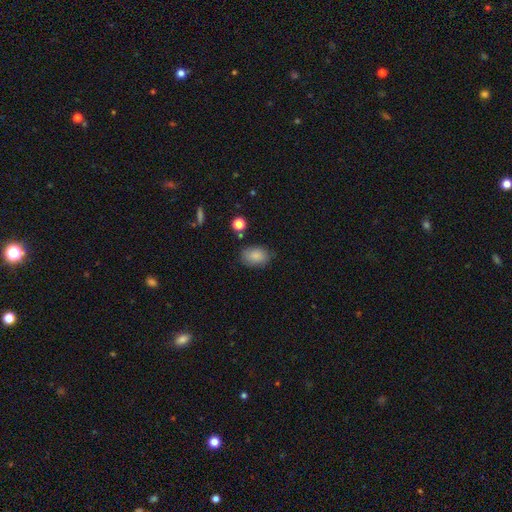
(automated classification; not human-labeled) A smooth galaxy with no disk features (84%) that is in between round and cigar-shaped (83%). Merging: none (77%).